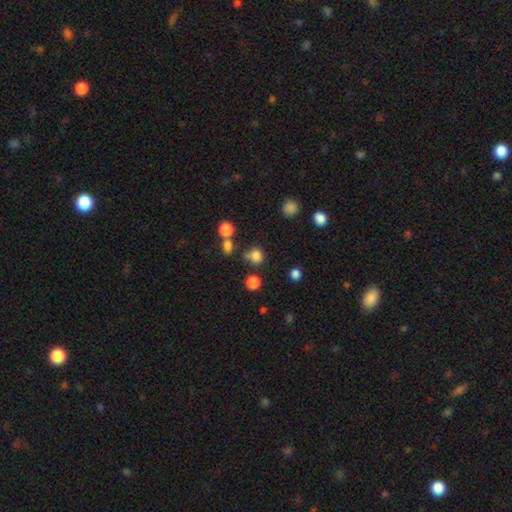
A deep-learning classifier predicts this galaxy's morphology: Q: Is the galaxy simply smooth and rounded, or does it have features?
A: smooth — 79%.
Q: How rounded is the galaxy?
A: round — 84%.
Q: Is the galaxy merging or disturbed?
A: none — 65%.